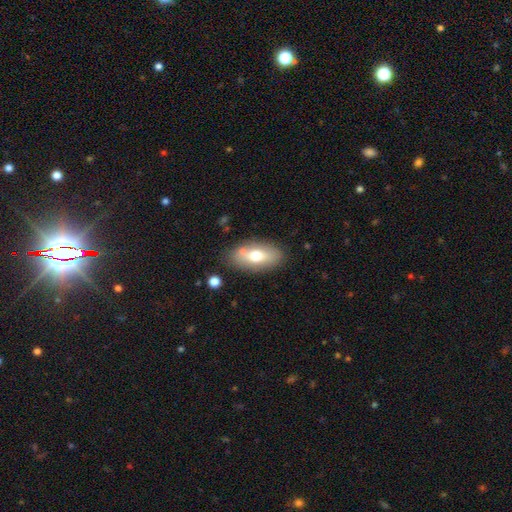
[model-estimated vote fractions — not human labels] Morphology: type=smooth (63%); roundness=in between (88%); merging=none (76%).